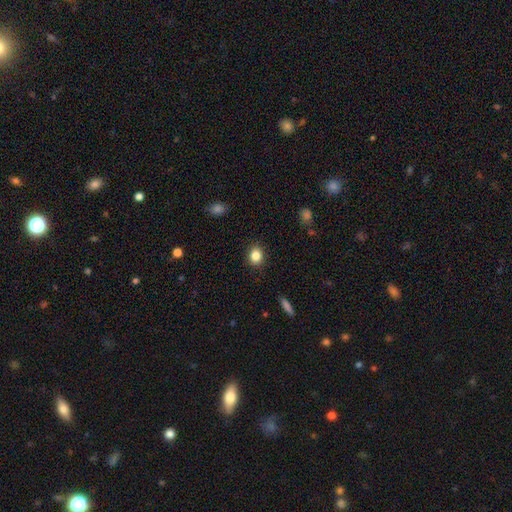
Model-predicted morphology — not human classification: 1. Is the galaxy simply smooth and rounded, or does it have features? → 85% smooth, 10% star or artifact, 5% featured or disk.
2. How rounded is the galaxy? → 62% round, 37% in between, 1% cigar-shaped.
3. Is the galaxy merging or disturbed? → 89% none, 8% minor disturbance, 2% major disturbance, 1% merger.